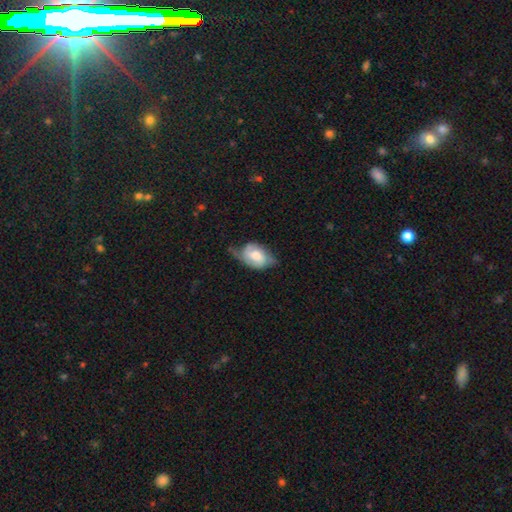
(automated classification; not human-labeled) Smooth or featured? Predicted: featured or disk (p=0.51). Edge-on disk? Predicted: no (p=0.95). Merging? Predicted: minor disturbance (p=0.42).